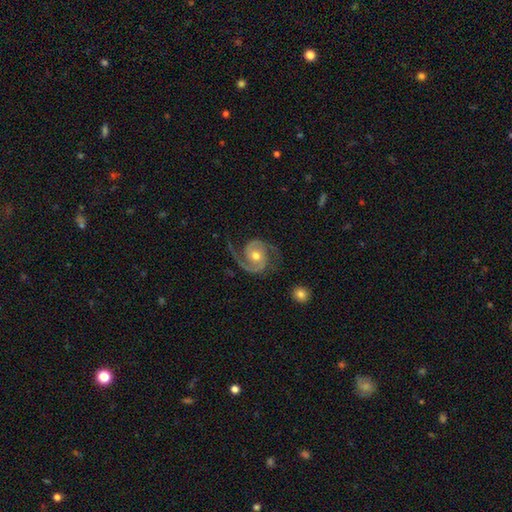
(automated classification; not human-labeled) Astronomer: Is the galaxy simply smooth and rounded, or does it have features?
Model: featured or disk — 91%.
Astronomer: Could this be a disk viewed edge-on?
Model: no — 98%.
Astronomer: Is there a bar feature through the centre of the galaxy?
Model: no — 69%.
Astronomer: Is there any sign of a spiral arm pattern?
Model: yes — 98%.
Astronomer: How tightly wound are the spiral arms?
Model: medium — 55%.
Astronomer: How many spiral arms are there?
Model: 2 — 92%.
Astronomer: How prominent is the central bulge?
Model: moderate — 75%.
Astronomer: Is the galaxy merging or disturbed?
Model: none — 74%.